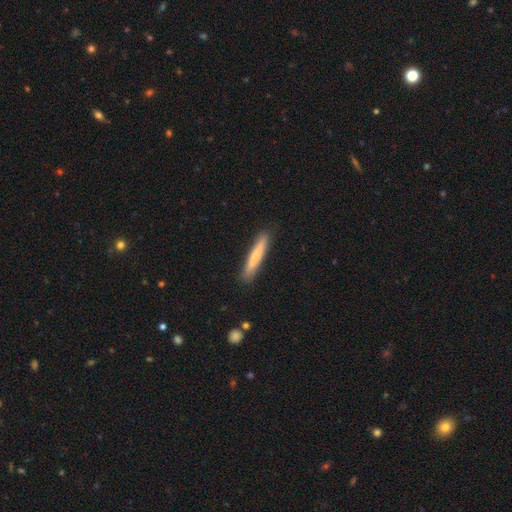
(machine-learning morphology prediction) A smooth galaxy with no disk features (74%) that is cigar-shaped (94%). Merging: none (89%).